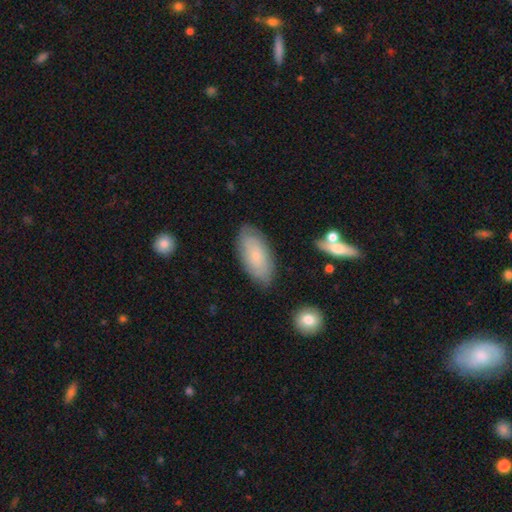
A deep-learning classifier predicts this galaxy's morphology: Smooth or featured? Predicted: smooth (p=0.61). How rounded? Predicted: in between (p=0.91). Merging? Predicted: none (p=0.79).